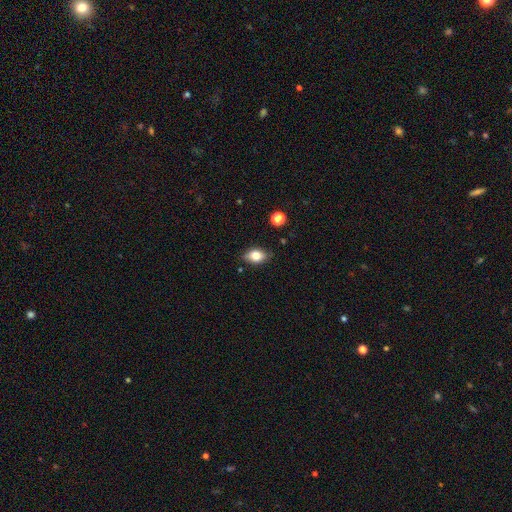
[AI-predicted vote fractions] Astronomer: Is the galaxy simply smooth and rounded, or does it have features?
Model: smooth — 78%.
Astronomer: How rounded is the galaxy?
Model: in between — 81%.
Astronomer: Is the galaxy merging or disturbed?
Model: none — 81%.